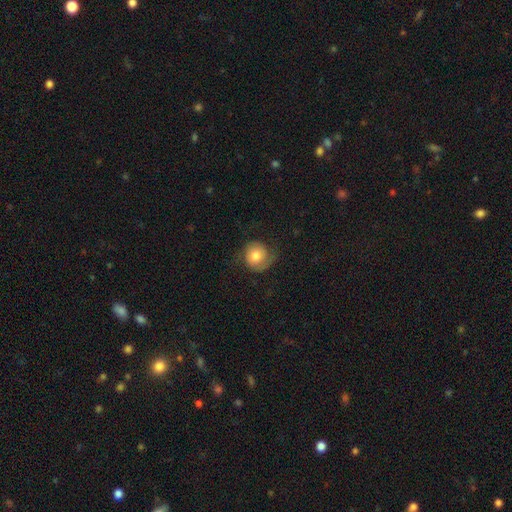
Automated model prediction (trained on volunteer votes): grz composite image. It shows a smooth galaxy with no disk features (51%) that is round (83%). Merging: none (63%).